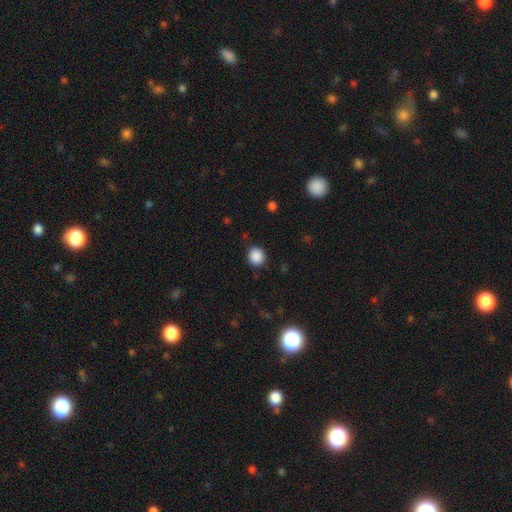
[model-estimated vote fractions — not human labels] Smooth or featured? smooth (88%)
How rounded? round (84%)
Merging? none (88%)